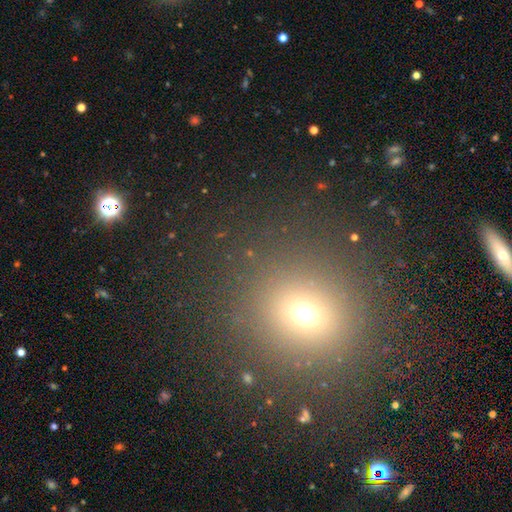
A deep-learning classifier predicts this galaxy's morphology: Smooth or featured: smooth — 58% (star or artifact — 32%)
How rounded: round — 85% (in between — 13%)
Merging: none — 88% (minor disturbance — 7%)